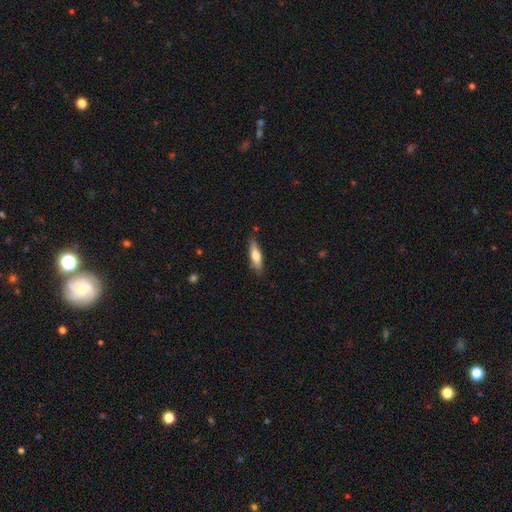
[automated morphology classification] Smooth or featured? Predicted: smooth (p=0.65). How rounded? Predicted: cigar-shaped (p=0.63). Merging? Predicted: none (p=0.79).